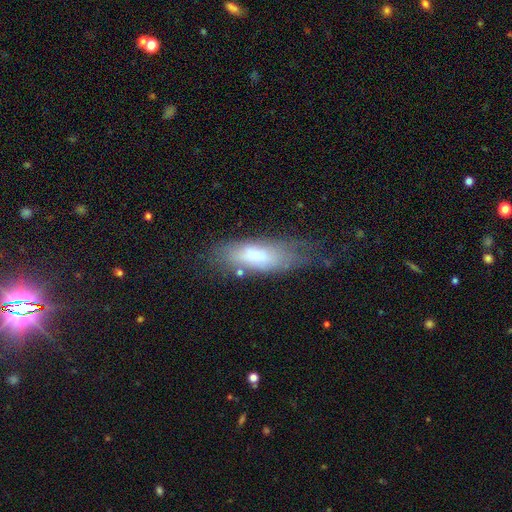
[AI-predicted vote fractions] Smooth or featured: smooth — 68% (featured or disk — 25%)
How rounded: in between — 65% (cigar-shaped — 33%)
Merging: none — 50% (minor disturbance — 30%)